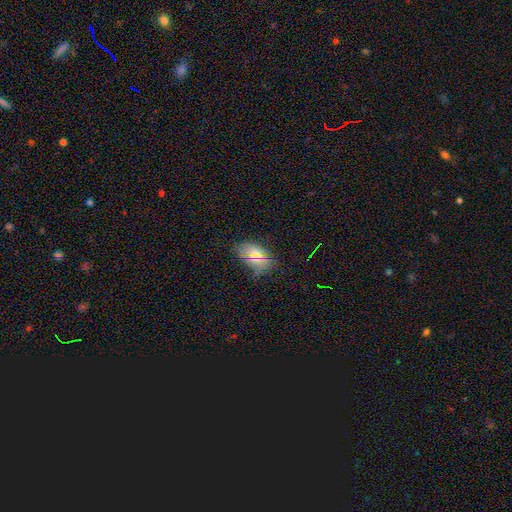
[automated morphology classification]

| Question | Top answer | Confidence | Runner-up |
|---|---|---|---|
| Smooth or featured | smooth | 70% | star or artifact (19%) |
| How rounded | in between | 91% | round (6%) |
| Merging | none | 81% | minor disturbance (14%) |